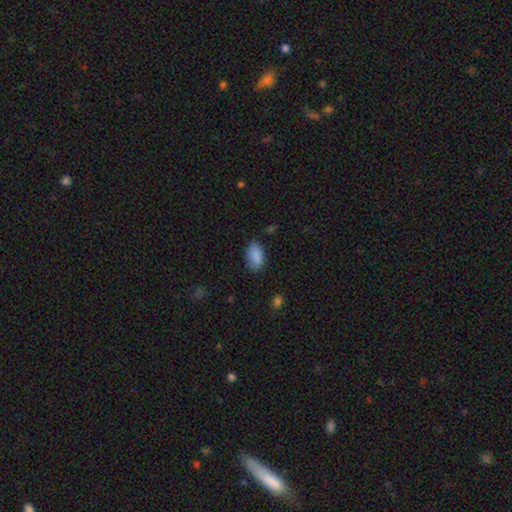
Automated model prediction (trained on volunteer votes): Overall: smooth (89%). How rounded: in between (92%). Merging: none (79%).